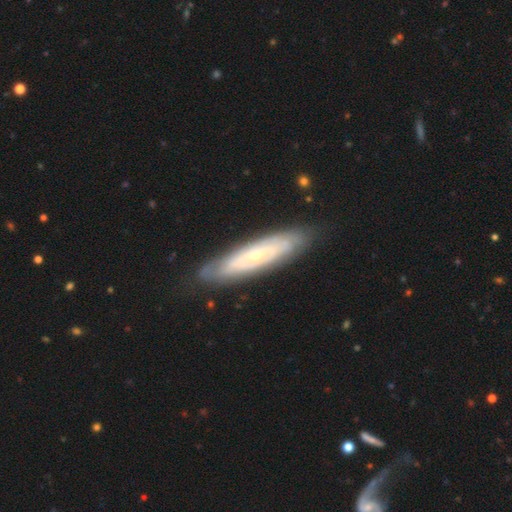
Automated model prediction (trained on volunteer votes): Morphology: type=featured or disk (66%); edge-on=no (67%); merging=none (83%).